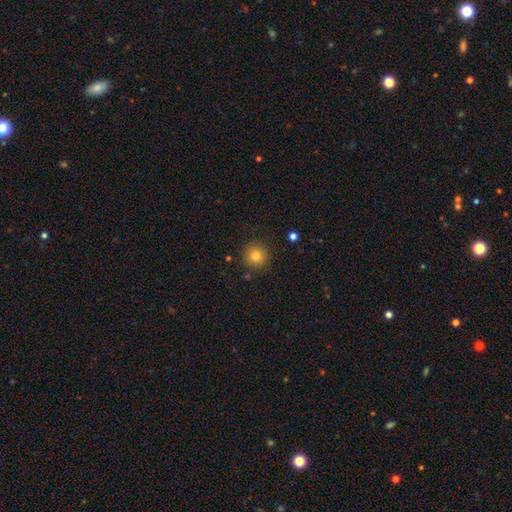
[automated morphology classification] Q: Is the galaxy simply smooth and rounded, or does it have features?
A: smooth — 82%.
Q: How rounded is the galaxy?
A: round — 94%.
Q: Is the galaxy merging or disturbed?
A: none — 88%.